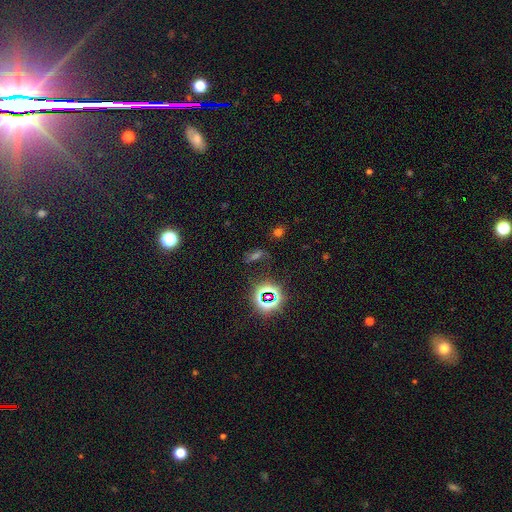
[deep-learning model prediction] star or artifact 53%, smooth 28%, featured or disk 18%.